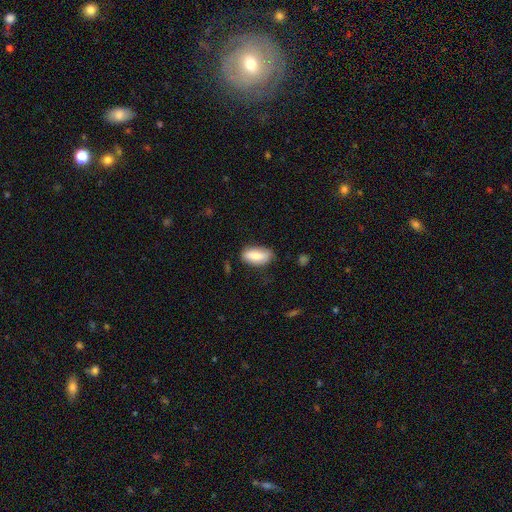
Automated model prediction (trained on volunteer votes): smooth_or_featured: smooth (p=0.78) [alt: featured or disk p=0.15]
how_rounded: in between (p=0.89) [alt: cigar-shaped p=0.08]
merging: none (p=0.73) [alt: minor disturbance p=0.21]